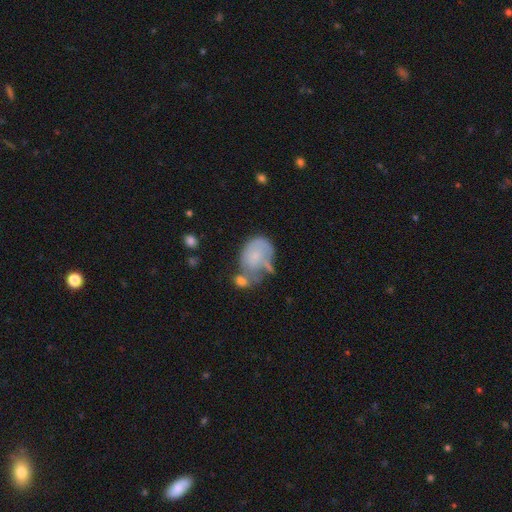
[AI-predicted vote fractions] Smooth or featured?
  - smooth: 54% *
  - featured or disk: 38%
  - star or artifact: 9%
How rounded?
  - in between: 73% *
  - round: 26%
  - cigar-shaped: 1%
Merging?
  - minor disturbance: 27% *
  - none: 26%
  - merger: 24%
  - major disturbance: 23%